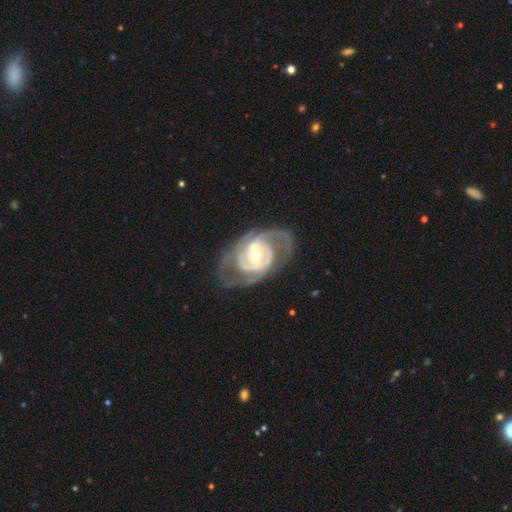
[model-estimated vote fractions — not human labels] Smooth or featured: featured or disk — 90% (smooth — 6%)
Edge-on disk: no — 97% (yes — 3%)
Bar: weak — 40% (no — 37%)
Spiral arms: yes — 95% (no — 5%)
Spiral winding: tight — 48% (medium — 42%)
Spiral arm count: 2 — 53% (3 — 21%)
Bulge size: moderate — 60% (small — 34%)
Merging: none — 67% (minor disturbance — 18%)